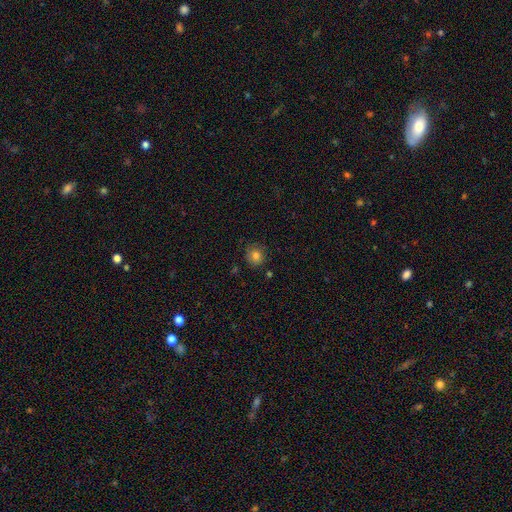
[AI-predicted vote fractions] smooth 79%, star or artifact 12%, featured or disk 9%. Down the decision tree: how rounded — round (86%); merging — none (81%).